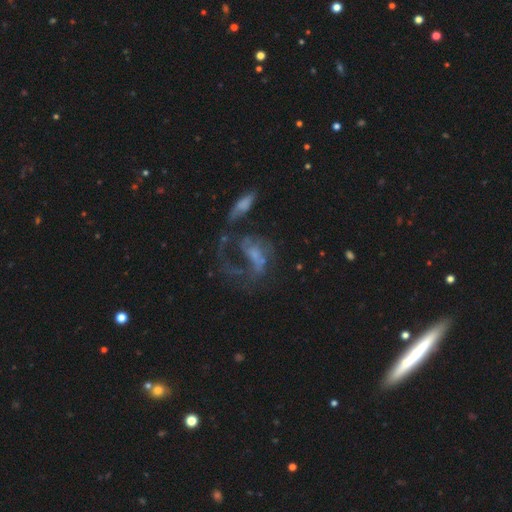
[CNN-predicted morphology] A featured or disk galaxy (65%) with no bar (63%), spiral arms (59%) and no central bulge (43%).

Vote fractions:
- Smooth or featured? featured or disk: 65% / smooth: 20% / star or artifact: 14%
- Edge-on disk? no: 95% / yes: 5%
- Bar? no: 63% / weak: 28% / strong: 9%
- Spiral arms? yes: 59% / no: 41%
- Bulge size? none: 43% / small: 36% / moderate: 16% / large: 4% / dominant: 2%
- Merging? major disturbance: 46% / none: 23% / merger: 19% / minor disturbance: 12%